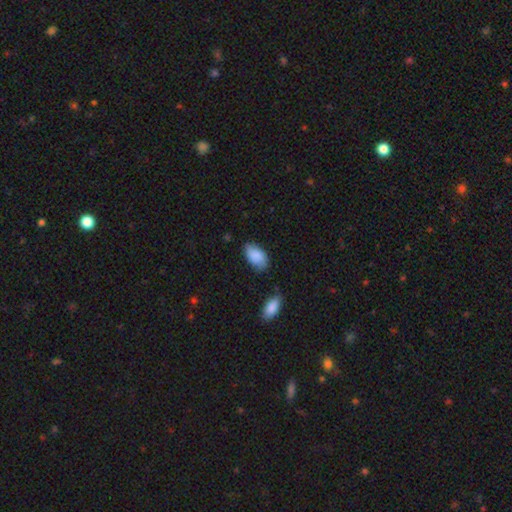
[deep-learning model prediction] A smooth galaxy with no disk features (87%) that is in between round and cigar-shaped (94%). Merging: none (69%).